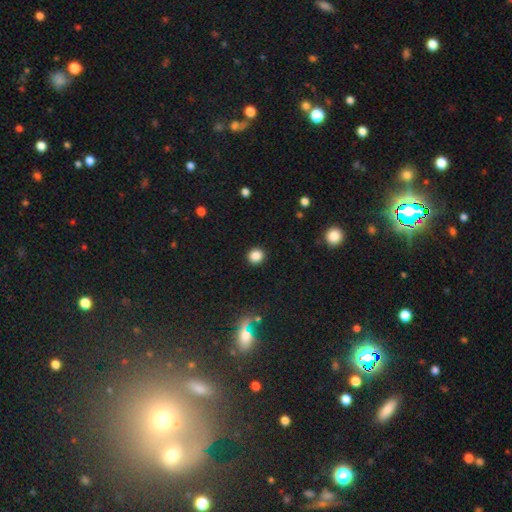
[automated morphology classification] A smooth galaxy with no disk features (85%) that is round (89%). Merging: none (92%).